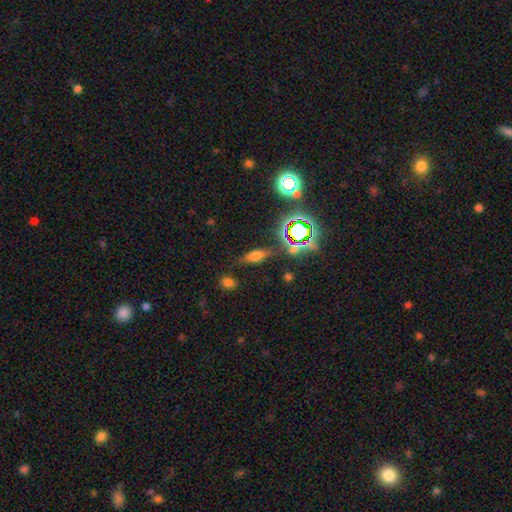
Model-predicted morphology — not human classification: smooth_or_featured: smooth (p=0.49) [alt: featured or disk p=0.29]
merging: none (p=0.77) [alt: minor disturbance p=0.14]